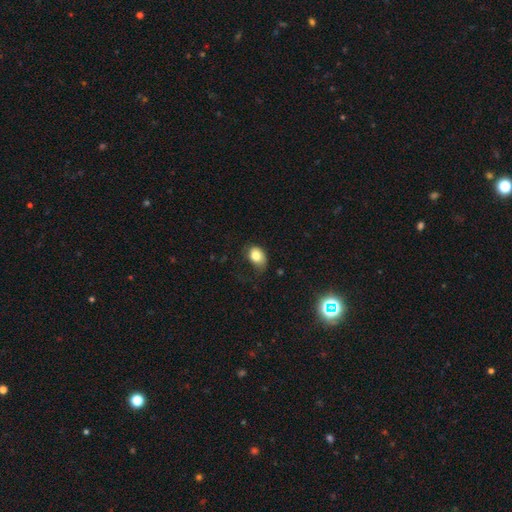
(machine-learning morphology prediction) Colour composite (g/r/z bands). It shows a smooth galaxy with no disk features (79%) that is in between round and cigar-shaped (75%). Merging: none (46%).